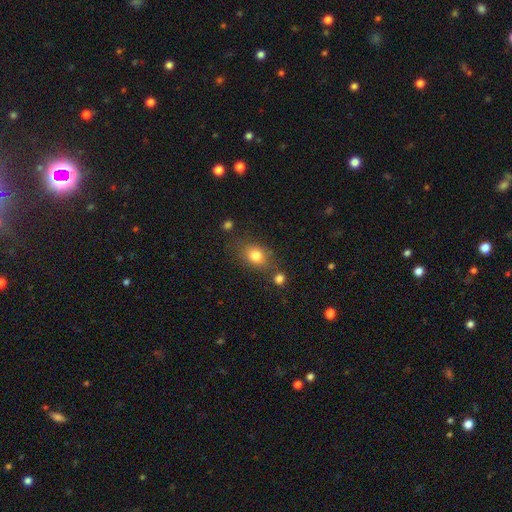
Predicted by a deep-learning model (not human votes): This is likely a smooth galaxy (80%). How rounded: possibly in between (56%). Merging: likely none (71%).